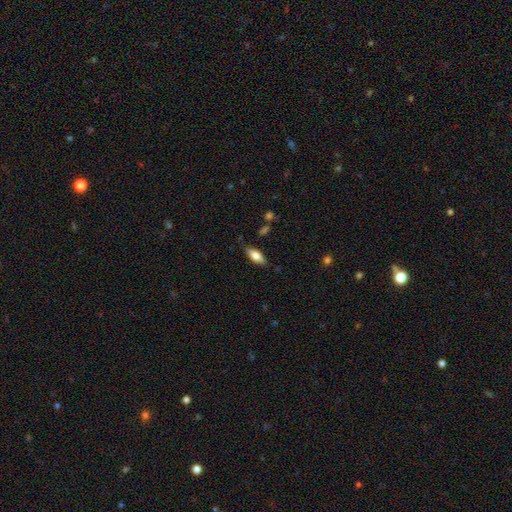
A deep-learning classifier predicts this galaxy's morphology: Smooth or featured: smooth — 71% (featured or disk — 22%)
How rounded: in between — 78% (cigar-shaped — 19%)
Merging: none — 83% (minor disturbance — 13%)